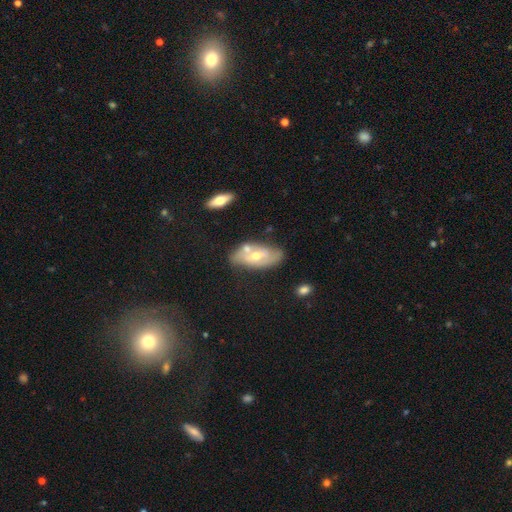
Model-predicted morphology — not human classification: Overall: featured or disk (64%; smooth 27%). Edge-on disk: no (86%). Bar: no (59%; weak 31%). Spiral arms: yes (62%; no 38%). Bulge size: moderate (62%; small 33%). Merging: none (59%; minor disturbance 20%).